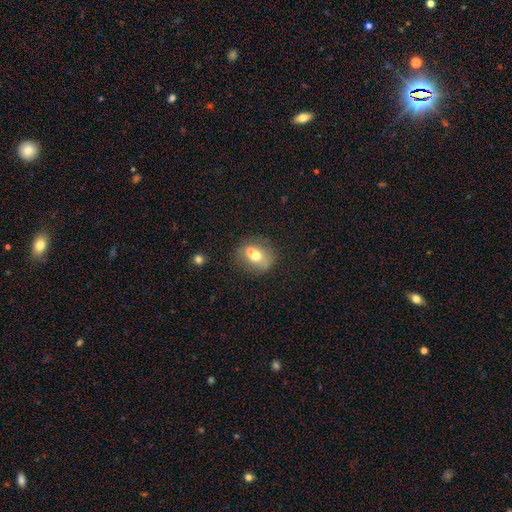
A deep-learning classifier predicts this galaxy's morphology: Smooth or featured? smooth (64%)
How rounded? round (72%)
Merging? merger (45%)